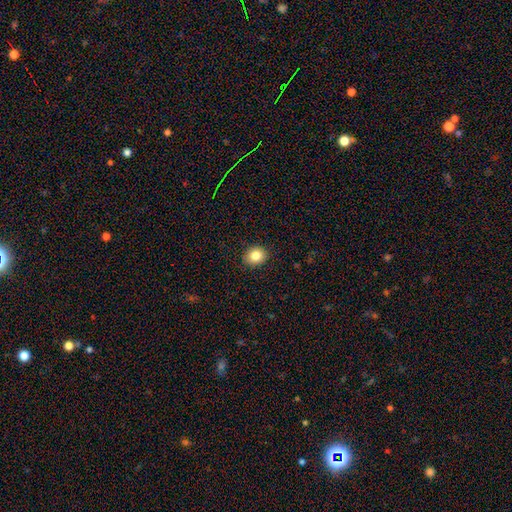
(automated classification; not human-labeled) smooth-or-featured: smooth: 84% | star or artifact: 10% | featured or disk: 6%
  how-rounded: round: 71% | in between: 28% | cigar-shaped: 1%
  merging: none: 90% | minor disturbance: 7% | major disturbance: 2% | merger: 1%